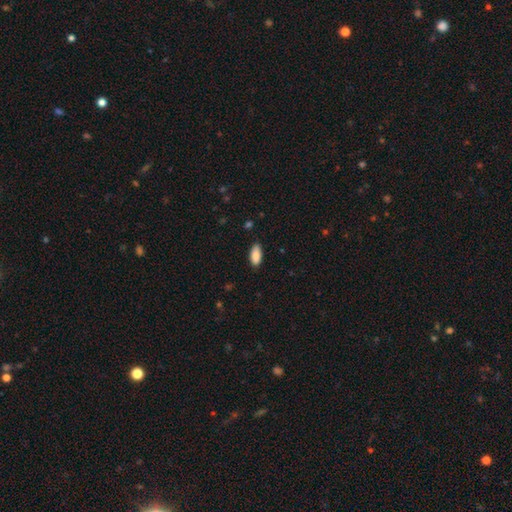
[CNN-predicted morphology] Smooth or featured? smooth (89%)
How rounded? in between (89%)
Merging? none (85%)